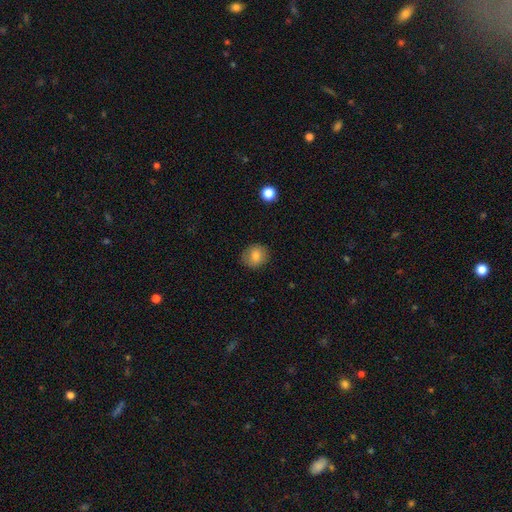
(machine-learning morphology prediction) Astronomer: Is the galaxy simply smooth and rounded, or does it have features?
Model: smooth — 80%.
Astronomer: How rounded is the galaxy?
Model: round — 81%.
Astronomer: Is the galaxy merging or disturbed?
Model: none — 86%.